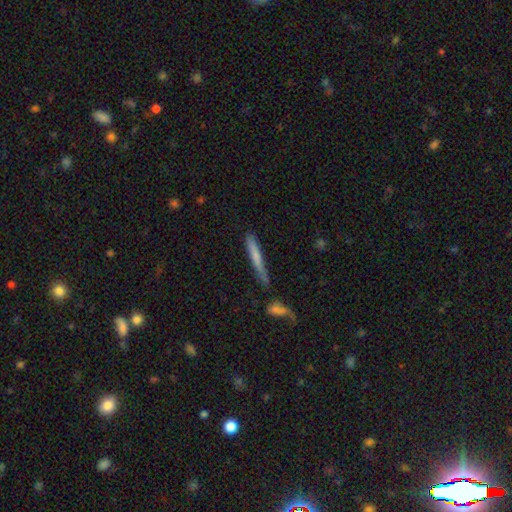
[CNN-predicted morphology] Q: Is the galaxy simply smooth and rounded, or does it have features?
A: smooth — 64%.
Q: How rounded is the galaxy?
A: cigar-shaped — 94%.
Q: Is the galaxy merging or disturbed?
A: none — 62%.